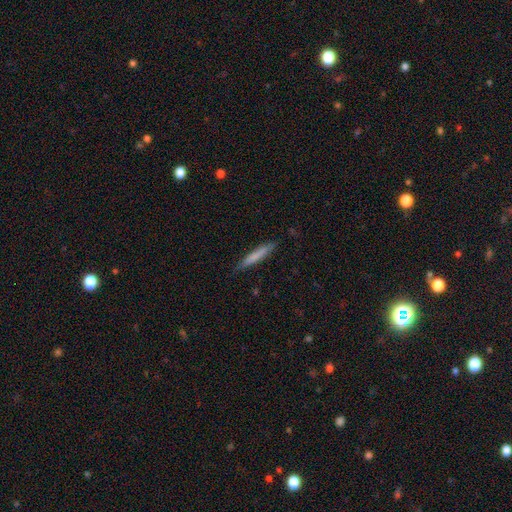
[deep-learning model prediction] Smooth or featured?
  - smooth: 72% *
  - featured or disk: 22%
  - star or artifact: 6%
How rounded?
  - cigar-shaped: 94% *
  - in between: 5%
  - round: 1%
Merging?
  - none: 84% *
  - minor disturbance: 13%
  - major disturbance: 2%
  - merger: 1%